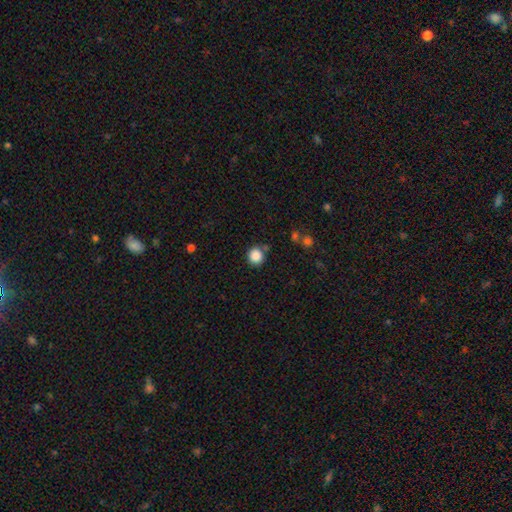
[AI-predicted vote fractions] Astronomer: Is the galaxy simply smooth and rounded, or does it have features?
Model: smooth — 86%.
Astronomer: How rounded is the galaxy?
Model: round — 91%.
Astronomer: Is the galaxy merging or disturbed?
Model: none — 79%.